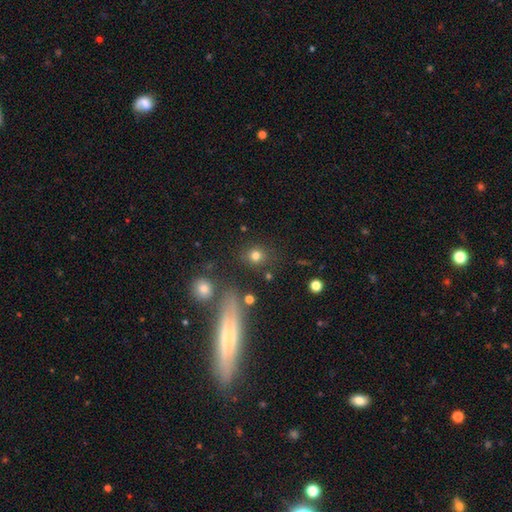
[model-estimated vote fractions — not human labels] smooth-or-featured: smooth: 78% | star or artifact: 15% | featured or disk: 8%
  how-rounded: round: 86% | in between: 13% | cigar-shaped: 1%
  merging: none: 82% | minor disturbance: 9% | merger: 5% | major disturbance: 4%